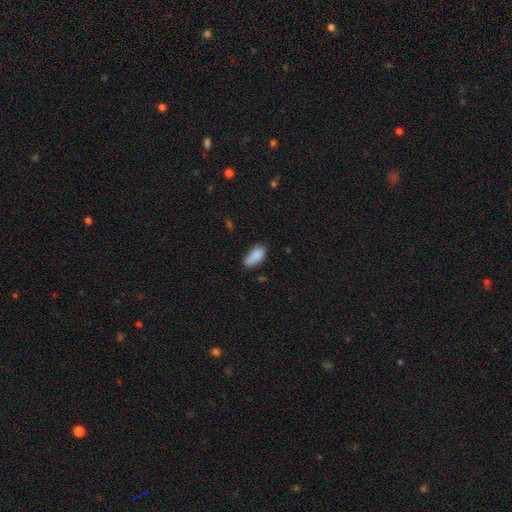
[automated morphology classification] This appears to be a smooth galaxy with no disk features (85%) that is in between round and cigar-shaped (90%). Merging: none (63%).